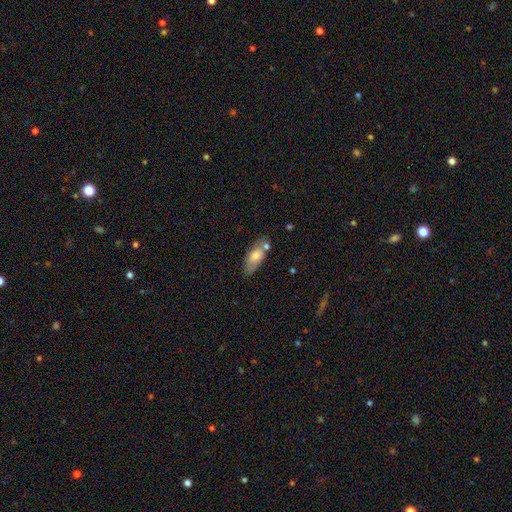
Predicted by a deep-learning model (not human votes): Overall: smooth (68%). How rounded: in between (80%). Merging: none (59%; minor disturbance 21%).